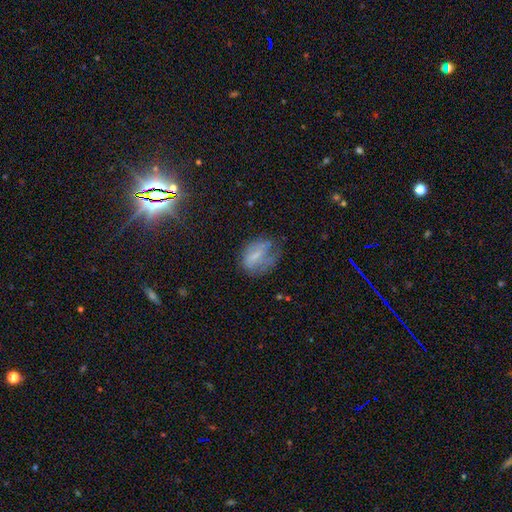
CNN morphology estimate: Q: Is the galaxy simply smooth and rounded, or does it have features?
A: smooth — 53%.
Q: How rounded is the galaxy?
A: in between — 71%.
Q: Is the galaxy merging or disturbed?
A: none — 41%.